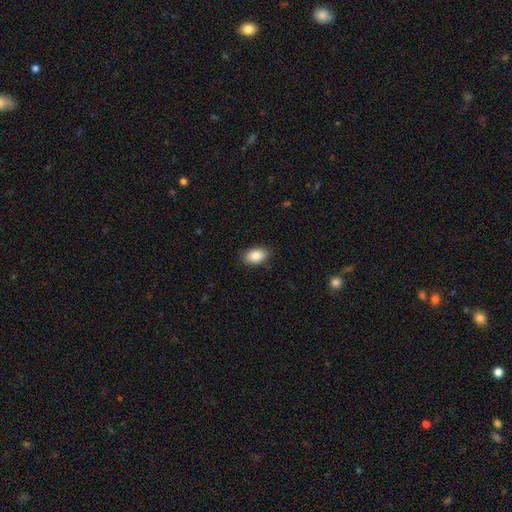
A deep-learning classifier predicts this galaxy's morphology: type=smooth (87%); roundness=in between (89%); merging=none (88%).